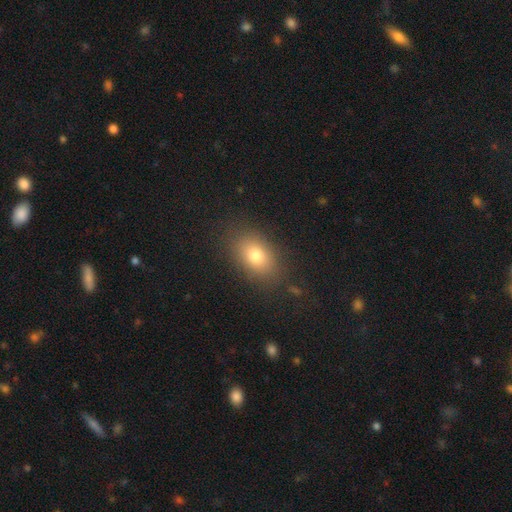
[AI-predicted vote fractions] A smooth galaxy with no disk features (77%) that is in between round and cigar-shaped (81%). Merging: none (84%).